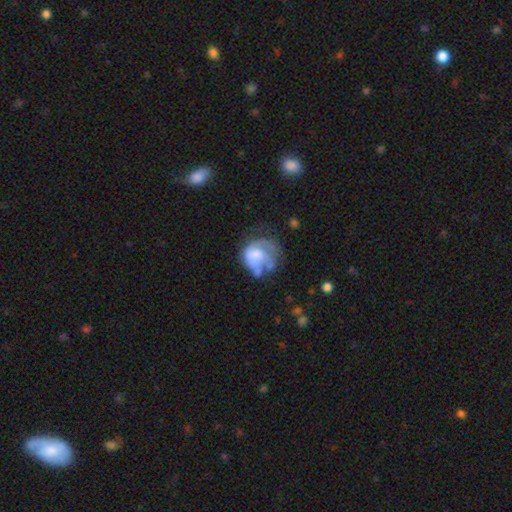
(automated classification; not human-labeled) Smooth or featured? Predicted: featured or disk (p=0.52). Edge-on disk? Predicted: no (p=0.98). Bar? Predicted: no (p=0.79). Spiral arms? Predicted: no (p=0.58). Bulge size? Predicted: moderate (p=0.37). Merging? Predicted: none (p=0.35).